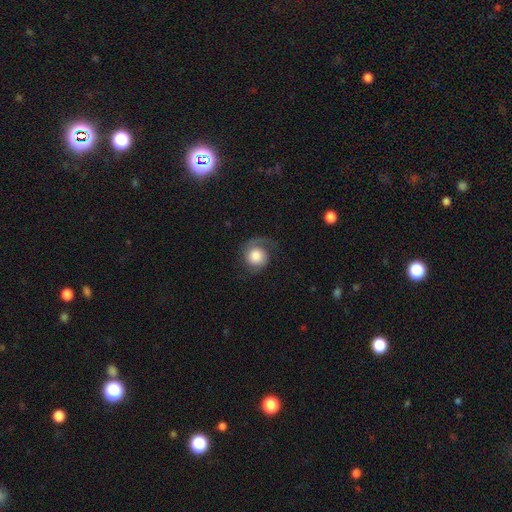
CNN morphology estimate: Smooth or featured? Predicted: featured or disk (p=0.48). Merging? Predicted: none (p=0.61).